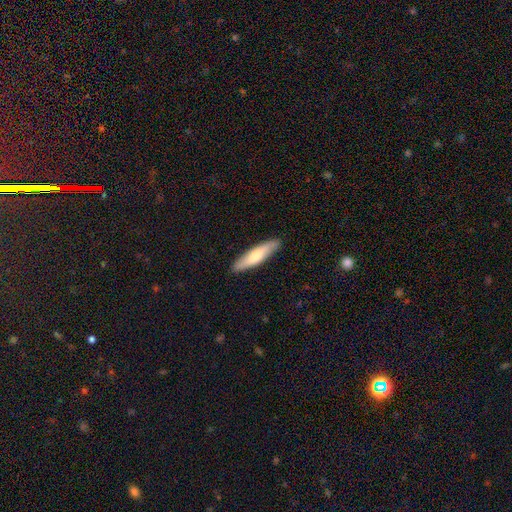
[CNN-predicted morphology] smooth-or-featured: smooth: 68% | featured or disk: 27% | star or artifact: 5%
  how-rounded: cigar-shaped: 76% | in between: 22% | round: 2%
  merging: none: 90% | minor disturbance: 8% | major disturbance: 1% | merger: 1%